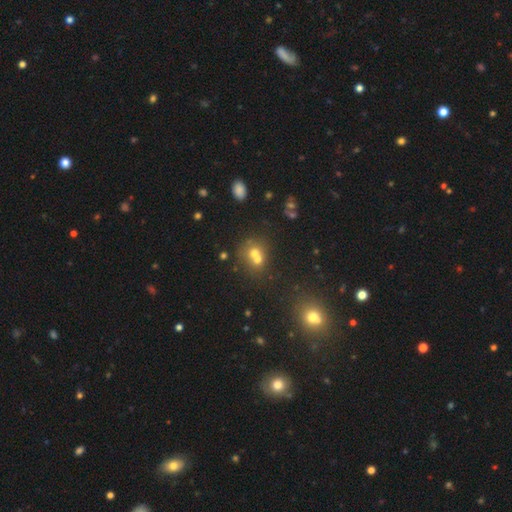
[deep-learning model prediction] Morphology: type=smooth (60%); roundness=round (72%); merging=merger (61%).